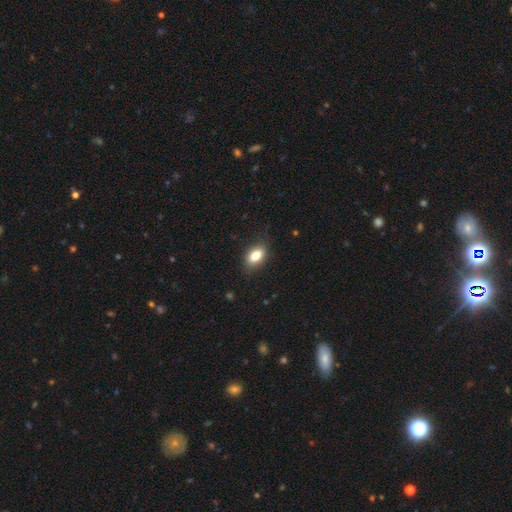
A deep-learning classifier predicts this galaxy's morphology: smooth 82%, featured or disk 10%, star or artifact 8%. Down the decision tree: how rounded — in between (87%); merging — none (82%).